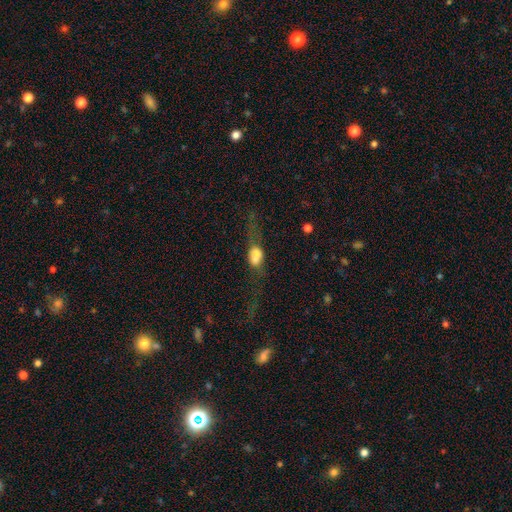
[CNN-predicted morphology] smooth_or_featured: smooth (p=0.56) [alt: featured or disk p=0.34]
how_rounded: in between (p=0.72) [alt: round p=0.15]
merging: major disturbance (p=0.46) [alt: none p=0.27]